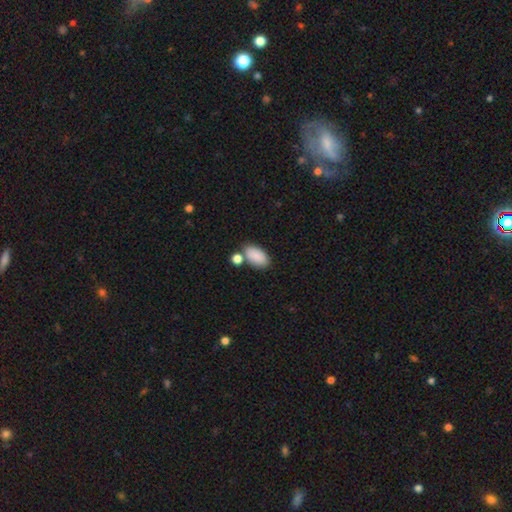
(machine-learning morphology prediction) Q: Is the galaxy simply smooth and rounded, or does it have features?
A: smooth — 86%.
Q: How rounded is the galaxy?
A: in between — 94%.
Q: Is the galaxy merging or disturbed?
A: none — 66%.